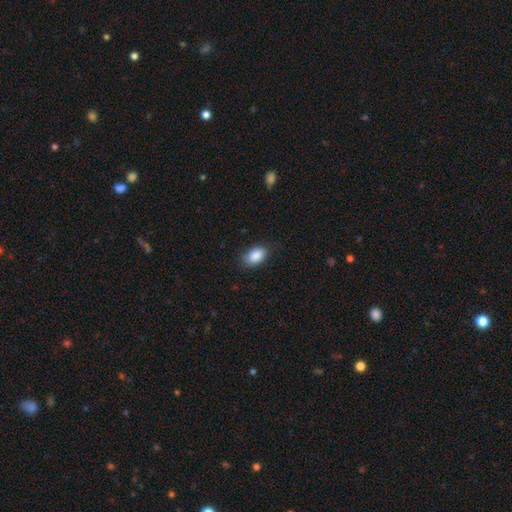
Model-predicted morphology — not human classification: Smooth or featured?
  - smooth: 88% *
  - star or artifact: 7%
  - featured or disk: 5%
How rounded?
  - in between: 89% *
  - round: 10%
  - cigar-shaped: 1%
Merging?
  - none: 80% *
  - minor disturbance: 15%
  - major disturbance: 3%
  - merger: 1%